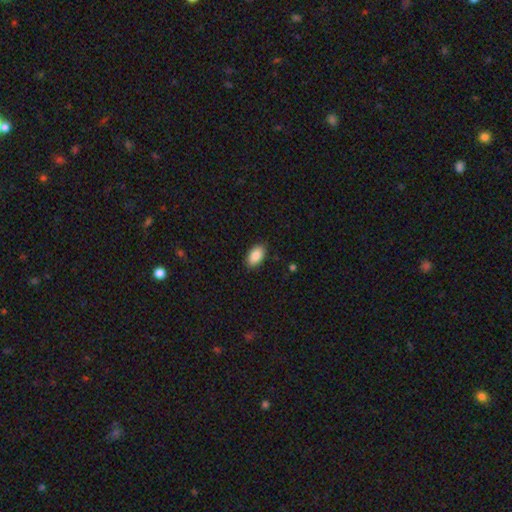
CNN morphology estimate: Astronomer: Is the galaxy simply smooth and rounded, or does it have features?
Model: smooth — 89%.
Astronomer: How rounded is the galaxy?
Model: in between — 94%.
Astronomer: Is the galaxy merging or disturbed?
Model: none — 88%.